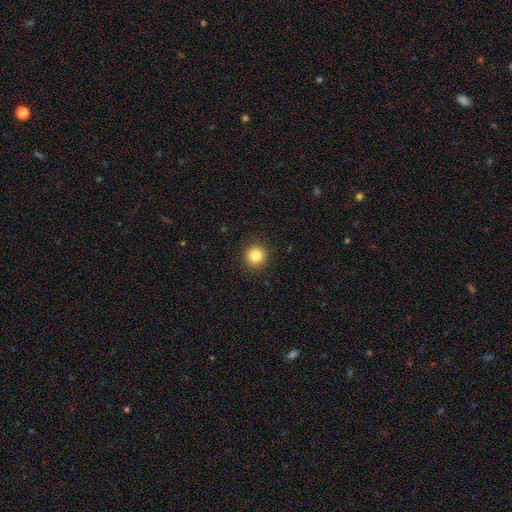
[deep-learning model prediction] Smooth or featured?
  - smooth: 83% *
  - star or artifact: 11%
  - featured or disk: 6%
How rounded?
  - round: 95% *
  - in between: 5%
  - cigar-shaped: 1%
Merging?
  - none: 92% *
  - minor disturbance: 5%
  - major disturbance: 2%
  - merger: 1%